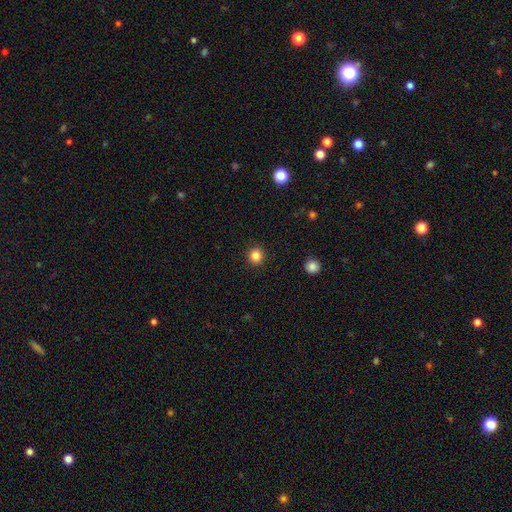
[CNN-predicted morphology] Q: Smooth or featured?
A: smooth (84%); runner-up: star or artifact (12%)
Q: How rounded?
A: round (93%); runner-up: in between (6%)
Q: Merging?
A: none (92%); runner-up: minor disturbance (5%)